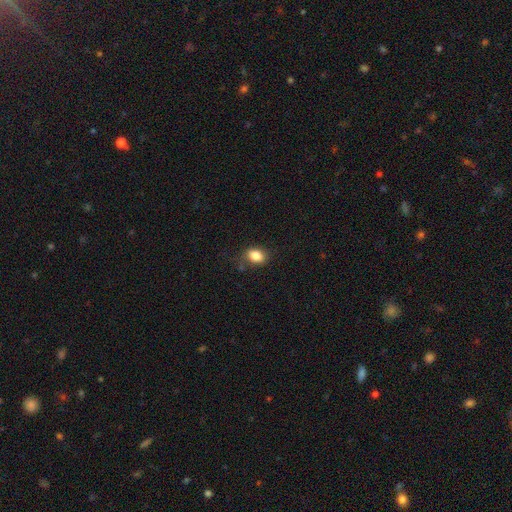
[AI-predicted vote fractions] The model was most divided on "how rounded": in between: 68%, round: 30%, cigar-shaped: 1%. More confident: smooth or featured — smooth (84%); merging — none (79%).